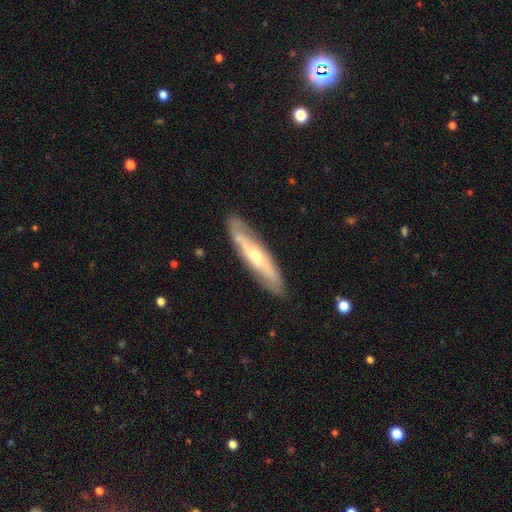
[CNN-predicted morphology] type=featured or disk (58%); edge-on=yes (58%); merging=none (84%).